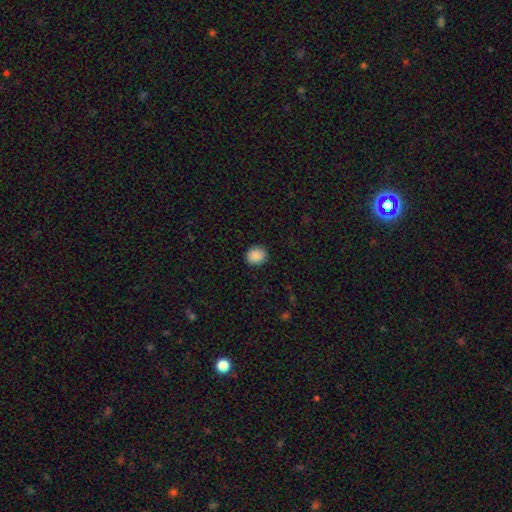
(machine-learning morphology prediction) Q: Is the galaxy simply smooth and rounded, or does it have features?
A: smooth — 89%.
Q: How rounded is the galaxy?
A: round — 76%.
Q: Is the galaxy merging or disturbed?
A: none — 90%.